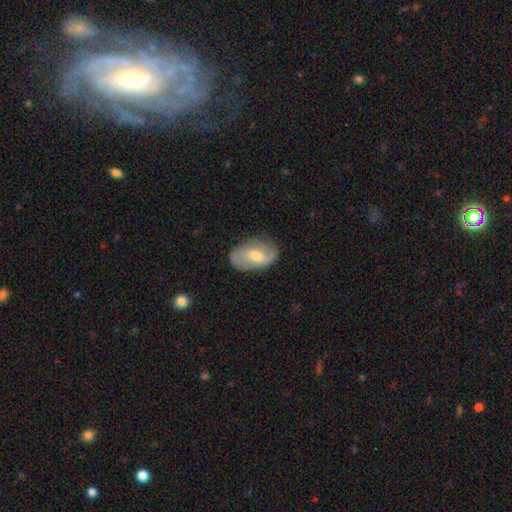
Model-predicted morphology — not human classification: The model was most divided on "smooth or featured": smooth: 50%, featured or disk: 43%, star or artifact: 7%. More confident: how rounded — in between (90%); merging — none (78%).